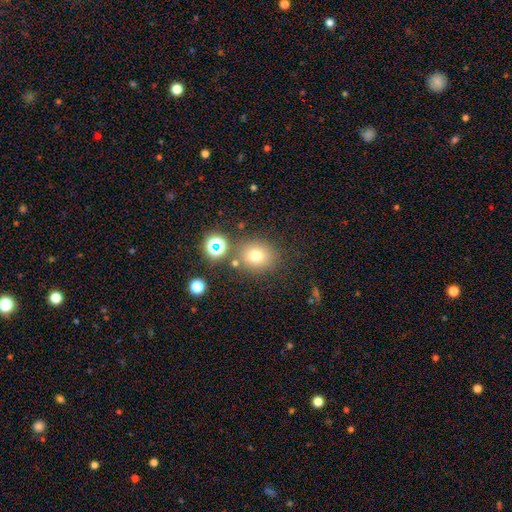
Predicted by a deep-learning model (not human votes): Smooth or featured?
  - smooth: 71% *
  - star or artifact: 18%
  - featured or disk: 11%
How rounded?
  - round: 74% *
  - in between: 25%
  - cigar-shaped: 1%
Merging?
  - none: 76% *
  - minor disturbance: 11%
  - merger: 9%
  - major disturbance: 4%